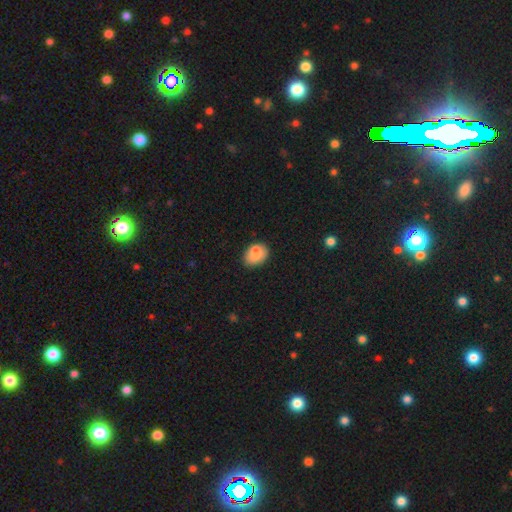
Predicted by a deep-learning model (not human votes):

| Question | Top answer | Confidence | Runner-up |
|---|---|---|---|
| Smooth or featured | smooth | 75% | featured or disk (17%) |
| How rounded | in between | 70% | round (29%) |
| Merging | none | 57% | minor disturbance (20%) |